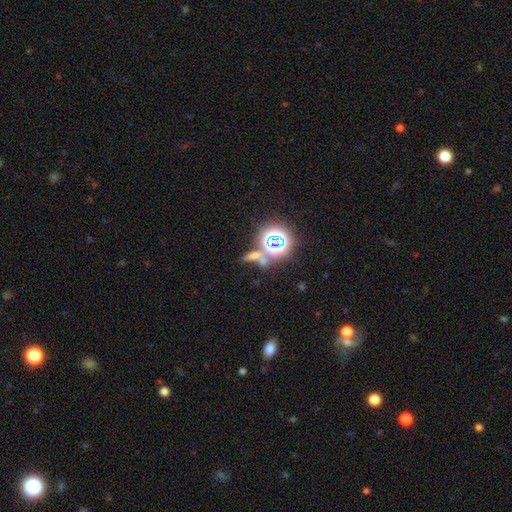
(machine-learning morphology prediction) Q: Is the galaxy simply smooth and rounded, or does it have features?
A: star or artifact — 44%.